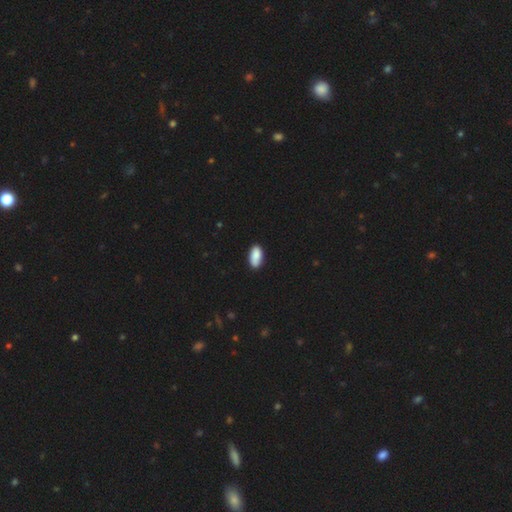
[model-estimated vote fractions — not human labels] Smooth or featured? Predicted: smooth (p=0.88). How rounded? Predicted: in between (p=0.93). Merging? Predicted: none (p=0.82).